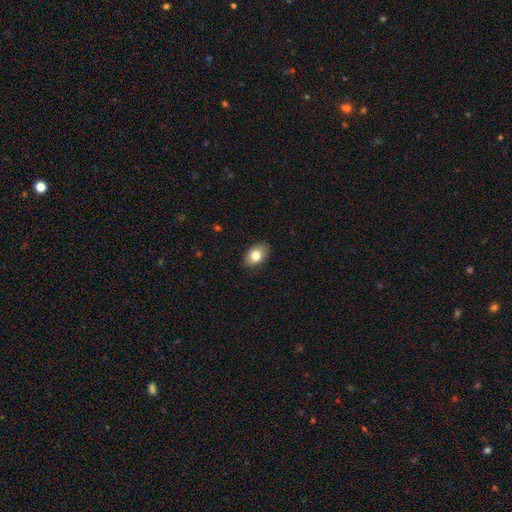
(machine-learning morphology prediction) smooth_or_featured: smooth (p=0.81) [alt: featured or disk p=0.12]
how_rounded: in between (p=0.84) [alt: round p=0.15]
merging: none (p=0.87) [alt: minor disturbance p=0.10]